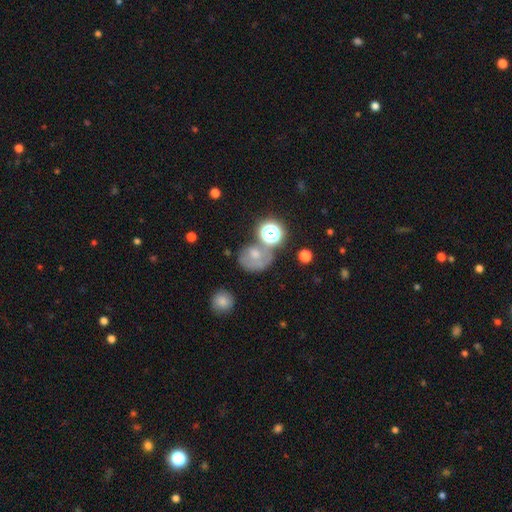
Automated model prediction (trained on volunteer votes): Smooth or featured? Predicted: smooth (p=0.59). How rounded? Predicted: round (p=0.63). Merging? Predicted: none (p=0.40).